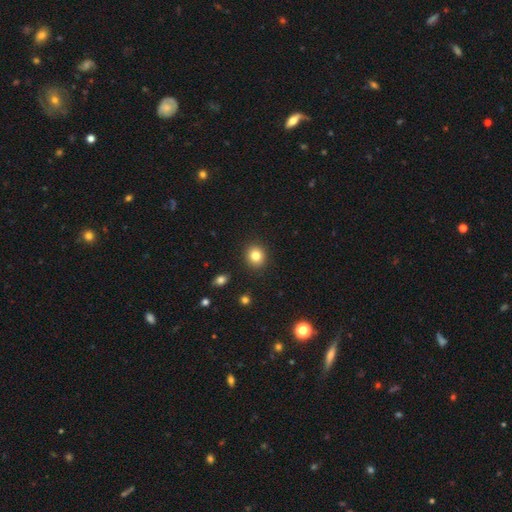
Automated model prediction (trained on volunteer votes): Overall: smooth (82%). How rounded: round (80%). Merging: none (91%).